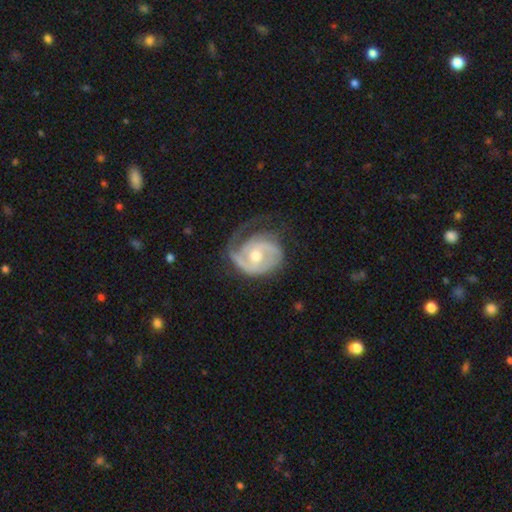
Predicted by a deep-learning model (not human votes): This is clearly a featured or disk galaxy (85%). It is clearly not viewed edge-on (98%). Bar: possibly no (58%). Spiral arm pattern: clearly yes (94%). Spiral arm count: marginally 2 (41%). Spiral winding: possibly tight (54%). Central bulge: likely moderate (70%). Merging: possibly none (51%).